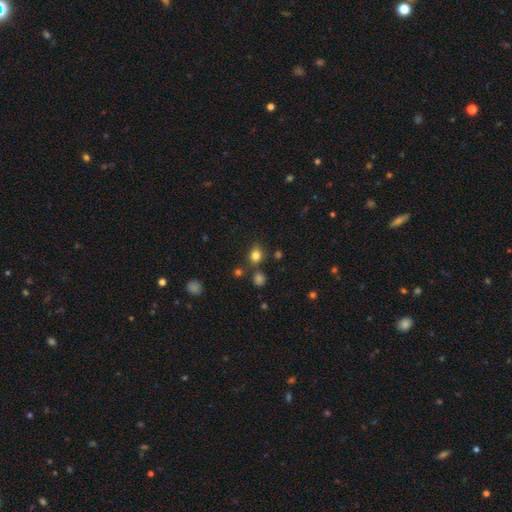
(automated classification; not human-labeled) Morphology: type=smooth (80%); roundness=round (62%); merging=none (76%).